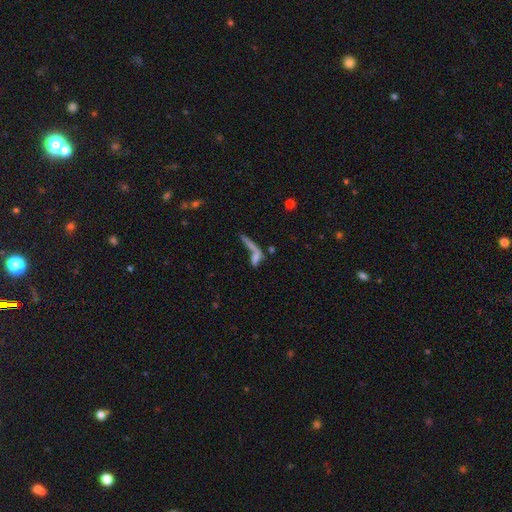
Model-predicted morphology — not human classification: Overall: smooth (50%; featured or disk 33%). How rounded: cigar-shaped (68%). Merging: merger (40%; none 35%).